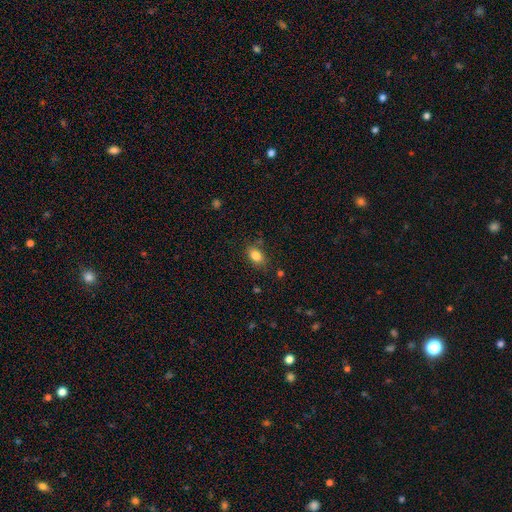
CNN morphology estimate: Smooth or featured? Predicted: smooth (p=0.84). How rounded? Predicted: in between (p=0.82). Merging? Predicted: none (p=0.79).